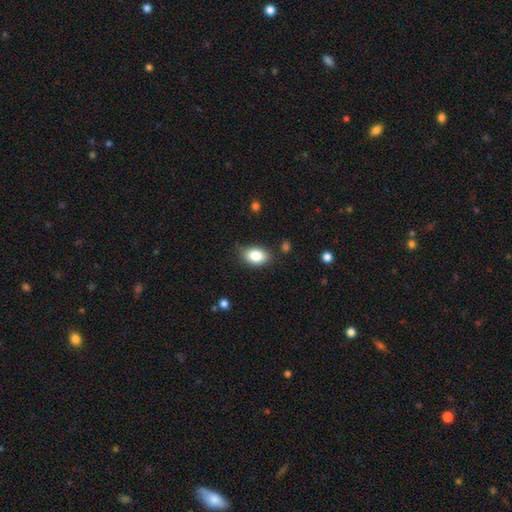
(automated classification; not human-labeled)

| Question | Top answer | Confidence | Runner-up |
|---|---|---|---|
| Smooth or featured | smooth | 83% | featured or disk (9%) |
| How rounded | in between | 84% | round (15%) |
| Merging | none | 79% | minor disturbance (16%) |